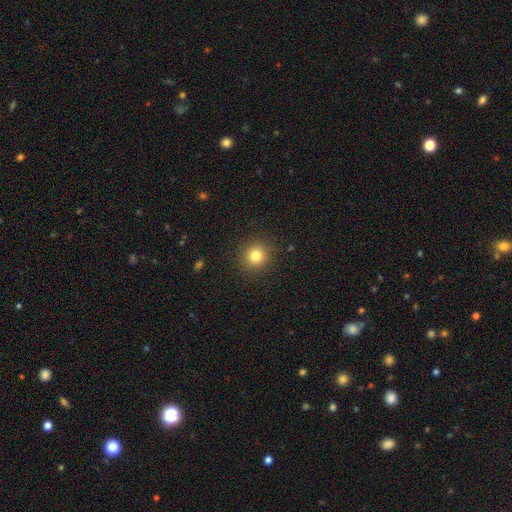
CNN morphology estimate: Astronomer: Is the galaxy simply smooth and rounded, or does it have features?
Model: smooth — 81%.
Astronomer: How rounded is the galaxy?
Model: round — 92%.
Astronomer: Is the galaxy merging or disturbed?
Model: none — 91%.